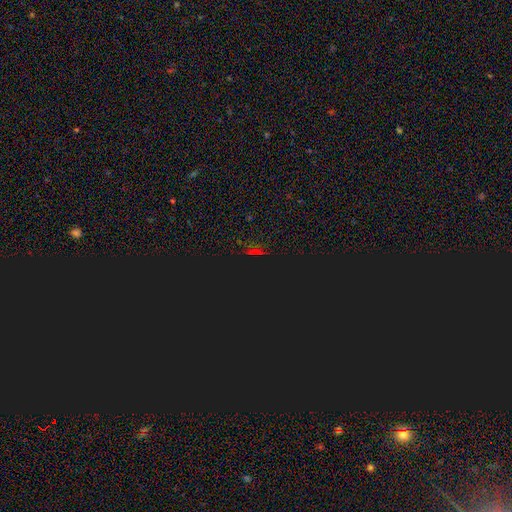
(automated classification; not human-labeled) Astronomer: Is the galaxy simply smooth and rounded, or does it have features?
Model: star or artifact — 78%.